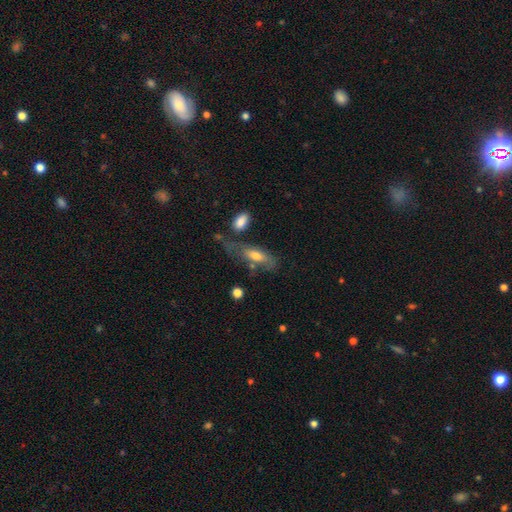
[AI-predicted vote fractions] This appears to be a smooth galaxy with no disk features (60%) that is in between round and cigar-shaped (63%). Merging: none (43%).